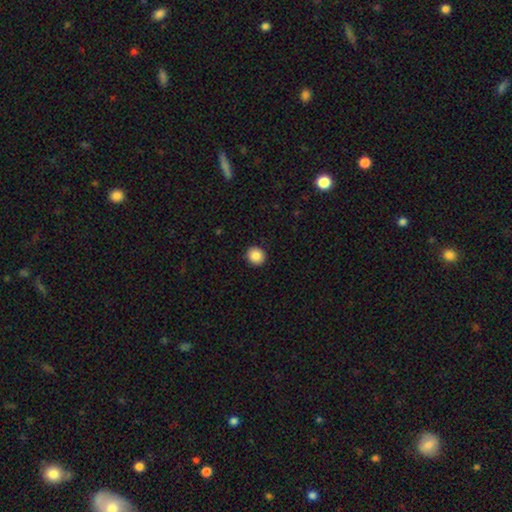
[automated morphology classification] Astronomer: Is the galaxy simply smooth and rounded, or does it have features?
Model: smooth — 88%.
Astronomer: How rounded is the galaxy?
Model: round — 86%.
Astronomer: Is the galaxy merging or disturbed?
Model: none — 92%.